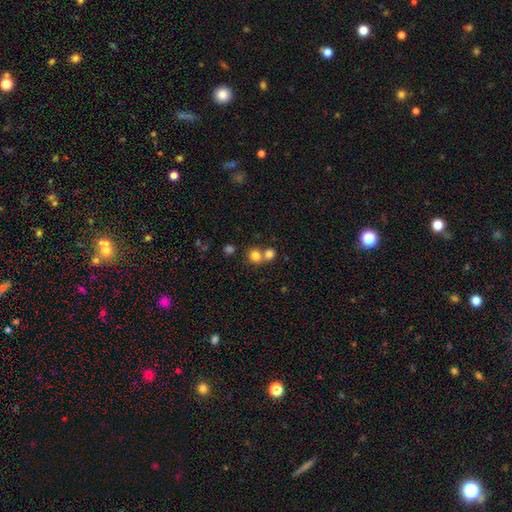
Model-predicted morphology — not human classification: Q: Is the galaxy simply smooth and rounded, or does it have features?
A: smooth — 80%.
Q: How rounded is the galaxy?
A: round — 79%.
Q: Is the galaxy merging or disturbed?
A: none — 50%.